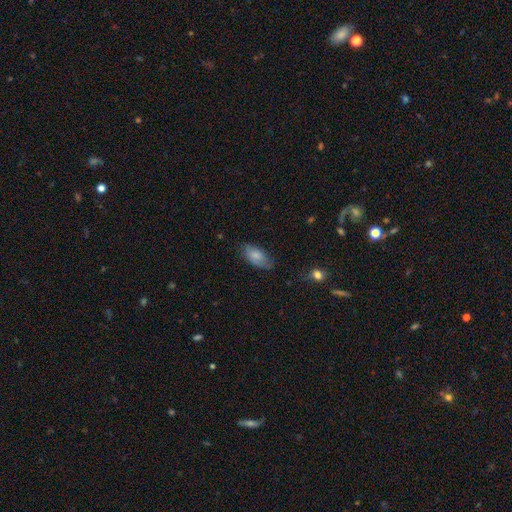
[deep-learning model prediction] smooth-or-featured: smooth: 78% | featured or disk: 15% | star or artifact: 7%
  how-rounded: in between: 91% | cigar-shaped: 6% | round: 3%
  merging: none: 68% | minor disturbance: 24% | major disturbance: 6% | merger: 1%